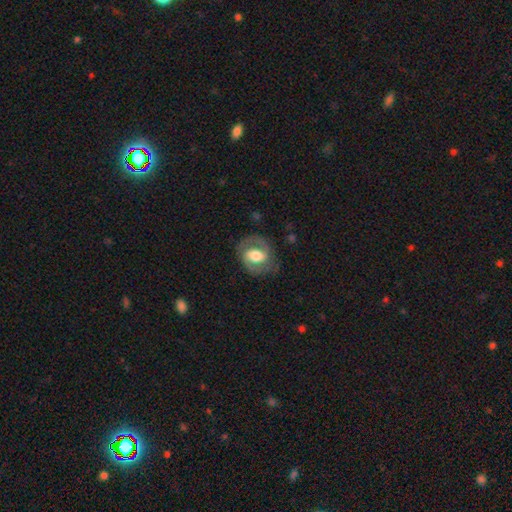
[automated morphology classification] This is likely a featured or disk galaxy (75%). It is clearly not viewed edge-on (97%). Bar: marginally weak (43%). Spiral arm pattern: clearly yes (88%). Spiral arm count: clearly 2 (88%). Spiral winding: possibly medium (54%). Central bulge: possibly moderate (49%). Merging: likely none (75%).